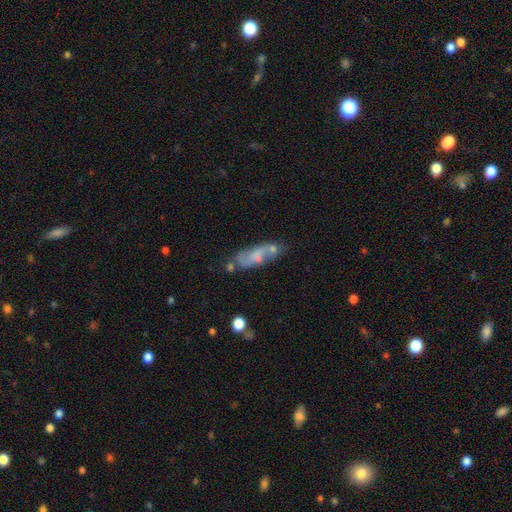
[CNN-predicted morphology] smooth-or-featured: smooth: 46% | featured or disk: 45% | star or artifact: 9%
  merging: none: 44% | minor disturbance: 23% | merger: 20% | major disturbance: 13%